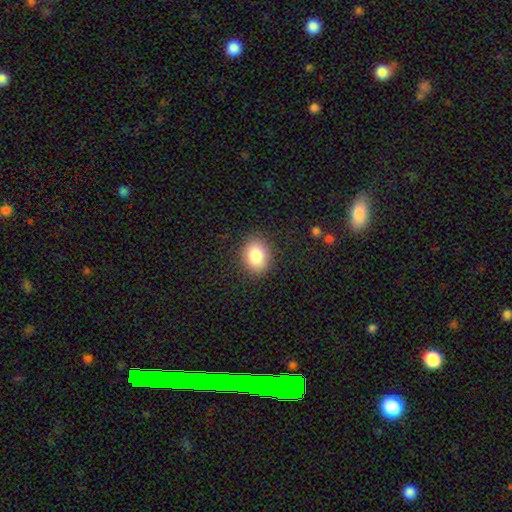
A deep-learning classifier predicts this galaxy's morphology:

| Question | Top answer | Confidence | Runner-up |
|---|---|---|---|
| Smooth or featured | smooth | 86% | star or artifact (8%) |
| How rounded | in between | 61% | round (38%) |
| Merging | none | 87% | minor disturbance (9%) |